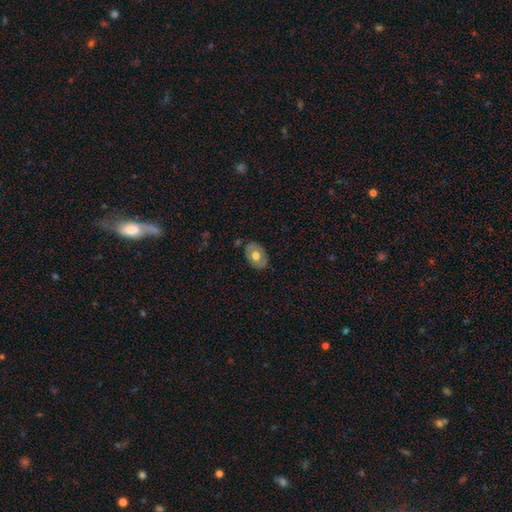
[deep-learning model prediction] A smooth galaxy with no disk features (57%) that is in between round and cigar-shaped (76%).

Vote fractions:
- Smooth or featured? smooth: 57% / featured or disk: 37% / star or artifact: 7%
- How rounded? in between: 76% / round: 23% / cigar-shaped: 1%
- Merging? none: 82% / minor disturbance: 14% / major disturbance: 3% / merger: 2%